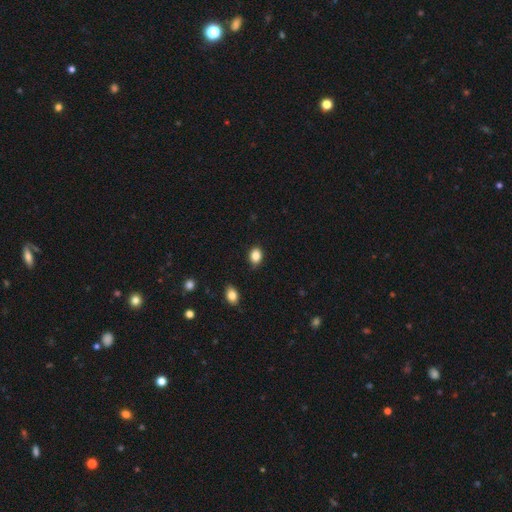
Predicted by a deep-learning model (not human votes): Q: Smooth or featured?
A: smooth (86%); runner-up: star or artifact (10%)
Q: How rounded?
A: in between (66%); runner-up: round (33%)
Q: Merging?
A: none (83%); runner-up: minor disturbance (13%)